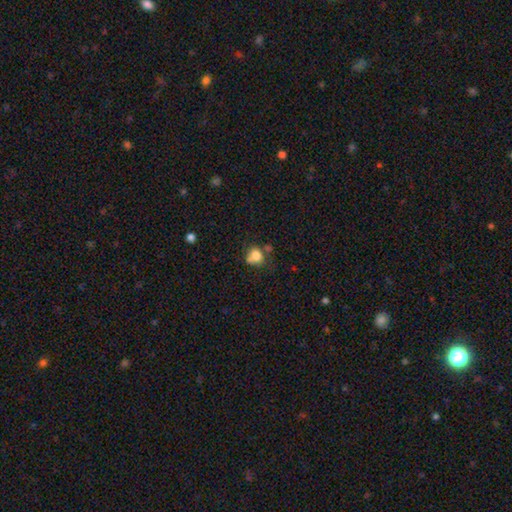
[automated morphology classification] A smooth galaxy with no disk features (77%) that is round (67%). Merging: none (45%).